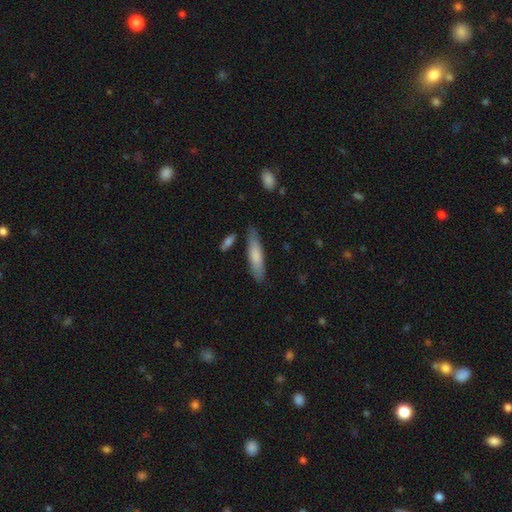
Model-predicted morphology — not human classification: smooth_or_featured: smooth (p=0.75) [alt: featured or disk p=0.20]
how_rounded: cigar-shaped (p=0.74) [alt: in between p=0.25]
merging: none (p=0.80) [alt: minor disturbance p=0.14]